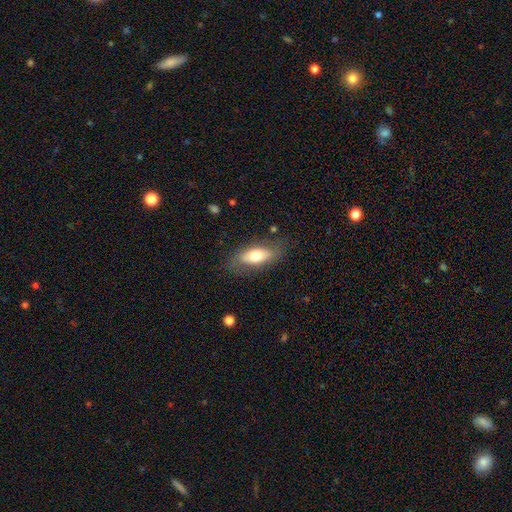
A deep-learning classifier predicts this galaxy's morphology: This is likely a smooth galaxy (66%). How rounded: likely in between (79%). Merging: likely none (77%).